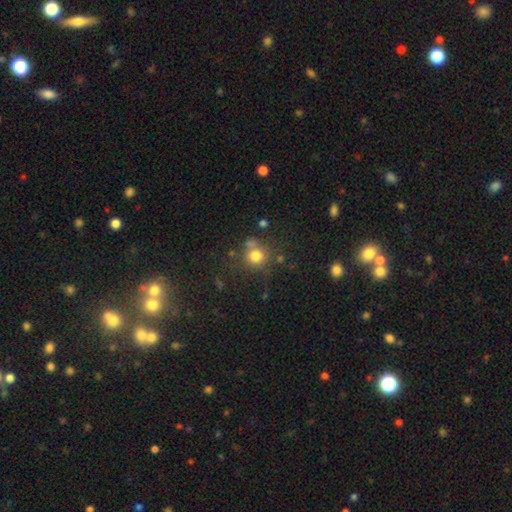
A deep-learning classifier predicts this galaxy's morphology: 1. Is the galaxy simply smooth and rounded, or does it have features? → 76% smooth, 15% star or artifact, 9% featured or disk.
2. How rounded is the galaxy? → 87% round, 12% in between, 1% cigar-shaped.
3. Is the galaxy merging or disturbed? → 67% none, 14% minor disturbance, 13% merger, 7% major disturbance.